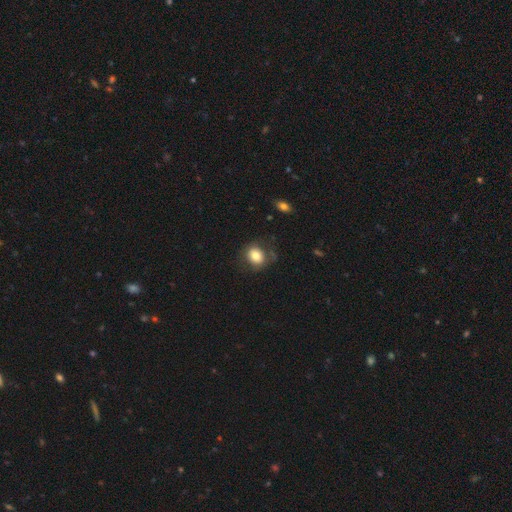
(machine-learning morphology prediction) smooth-or-featured: smooth: 79% | featured or disk: 12% | star or artifact: 9%
  how-rounded: round: 60% | in between: 39% | cigar-shaped: 1%
  merging: none: 70% | minor disturbance: 18% | major disturbance: 9% | merger: 3%